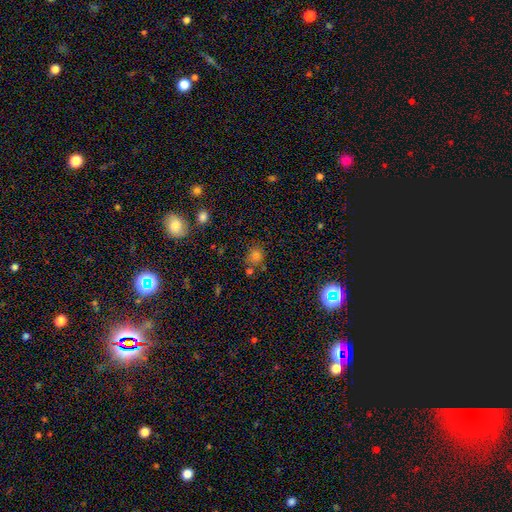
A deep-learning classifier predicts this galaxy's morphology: Smooth or featured? Predicted: smooth (p=0.68). How rounded? Predicted: round (p=0.83). Merging? Predicted: none (p=0.74).